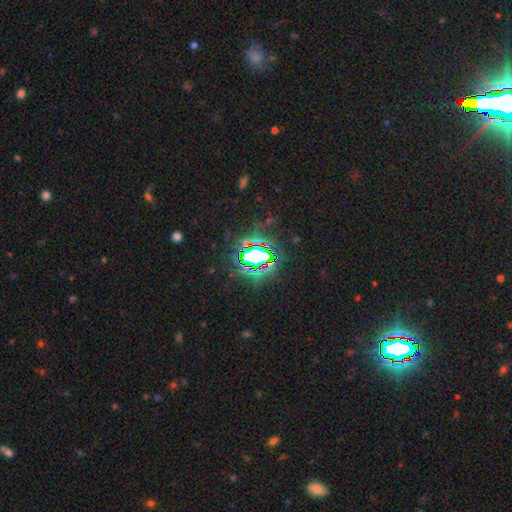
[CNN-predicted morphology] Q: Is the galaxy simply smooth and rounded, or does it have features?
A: star or artifact — 74%.